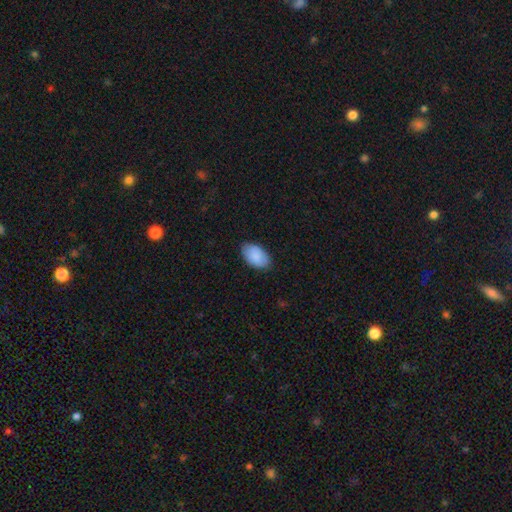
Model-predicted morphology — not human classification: Q: Smooth or featured?
A: smooth (86%); runner-up: featured or disk (8%)
Q: How rounded?
A: in between (93%); runner-up: round (6%)
Q: Merging?
A: none (81%); runner-up: minor disturbance (16%)